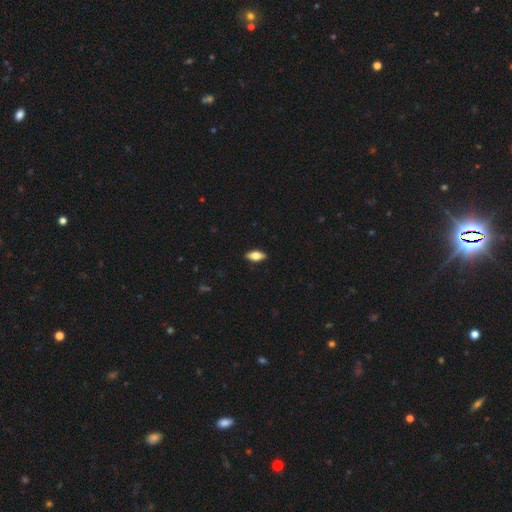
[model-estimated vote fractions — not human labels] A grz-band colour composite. It shows a smooth galaxy with no disk features (68%) that is in between round and cigar-shaped (82%). Merging: none (89%).